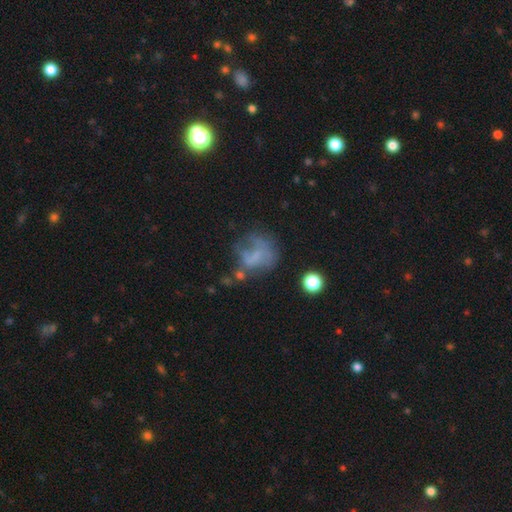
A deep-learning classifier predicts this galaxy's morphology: Overall: featured or disk (42%; smooth 40%). Merging: major disturbance (35%, tied with none).